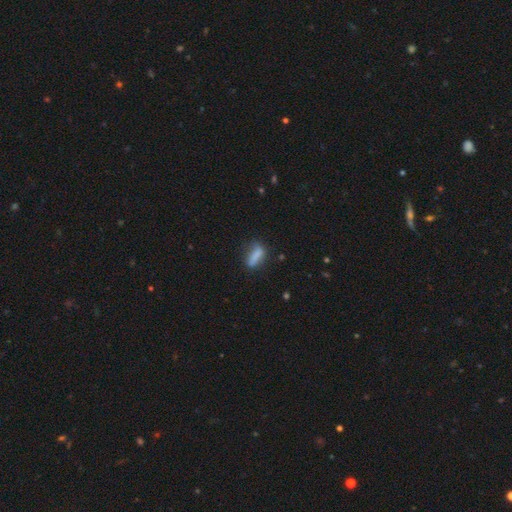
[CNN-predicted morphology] smooth 76%, featured or disk 15%, star or artifact 9%. Down the decision tree: how rounded — cigar-shaped (49%); merging — none (65%).